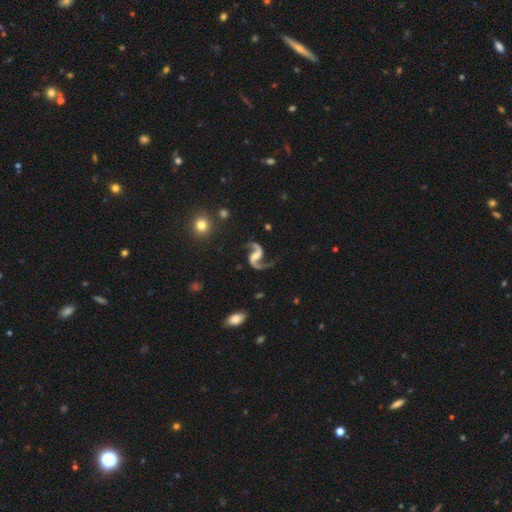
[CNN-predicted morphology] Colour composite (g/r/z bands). It shows a featured or disk galaxy (93%) with a weak bar (41%), 2 (94%) loose (70%) spiral arms (98%) and a small central bulge (36%). Merging: none (76%).